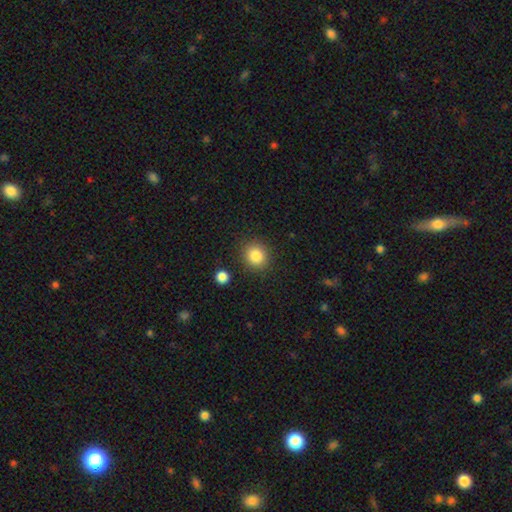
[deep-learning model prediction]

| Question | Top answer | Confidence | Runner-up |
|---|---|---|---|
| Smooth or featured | smooth | 85% | star or artifact (10%) |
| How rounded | round | 84% | in between (15%) |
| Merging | none | 87% | minor disturbance (8%) |